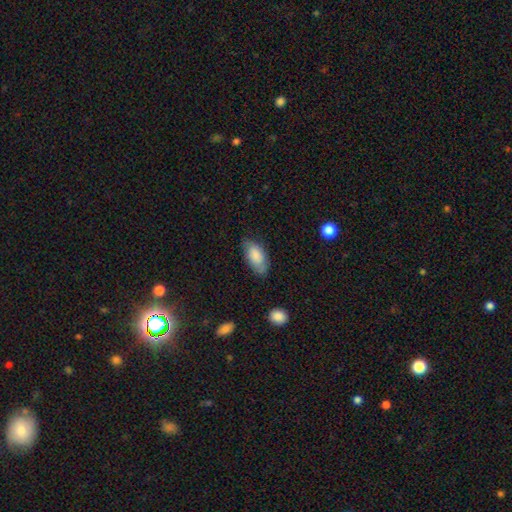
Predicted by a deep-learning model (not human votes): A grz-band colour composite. It shows a smooth galaxy with no disk features (82%) that is in between round and cigar-shaped (92%). Merging: none (74%).